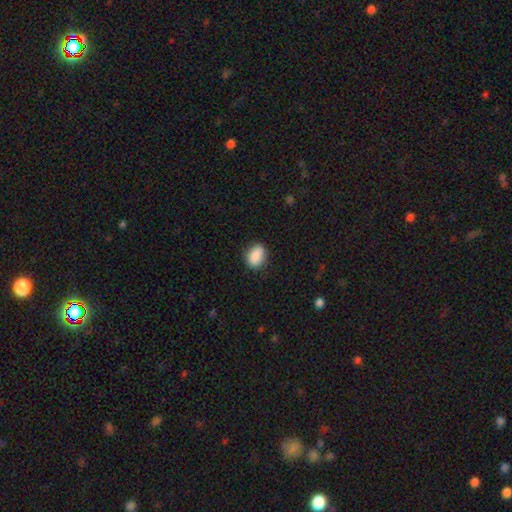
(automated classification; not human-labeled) The model was most divided on "how rounded": in between: 74%, round: 25%, cigar-shaped: 1%. More confident: smooth or featured — smooth (88%); merging — none (83%).